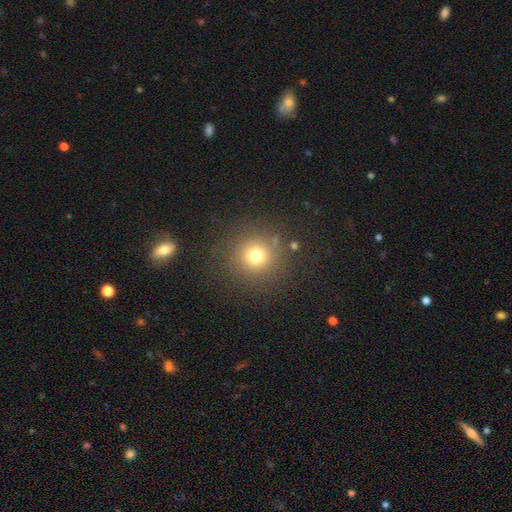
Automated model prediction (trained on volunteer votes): Overall: smooth (73%). How rounded: round (93%). Merging: none (85%).